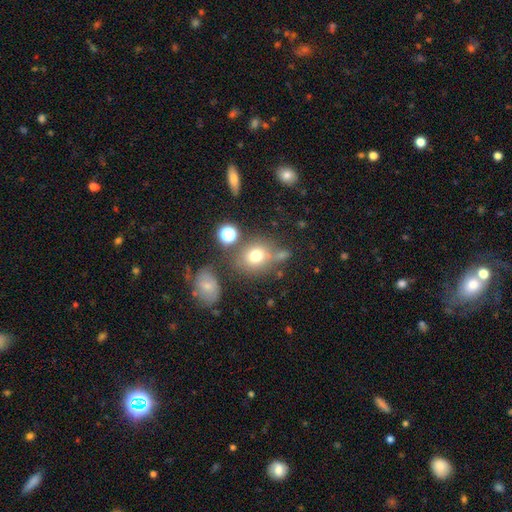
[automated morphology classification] A smooth galaxy with no disk features (71%) that is round (68%).

Vote fractions:
- Smooth or featured? smooth: 71% / star or artifact: 16% / featured or disk: 13%
- How rounded? round: 68% / in between: 31% / cigar-shaped: 1%
- Merging? none: 62% / merger: 16% / minor disturbance: 15% / major disturbance: 7%